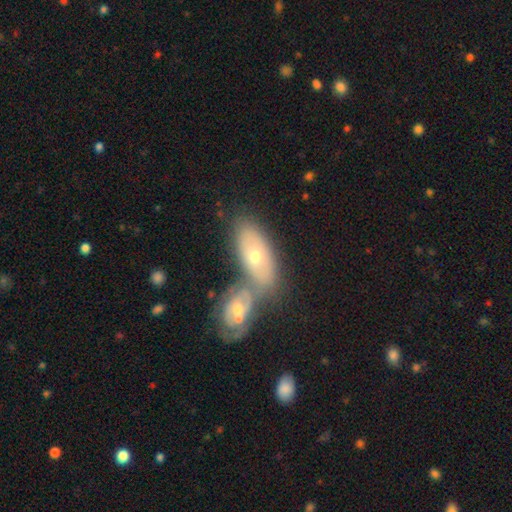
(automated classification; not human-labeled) Overall: smooth (50%; featured or disk 44%). Merging: merger (44%; none 41%).